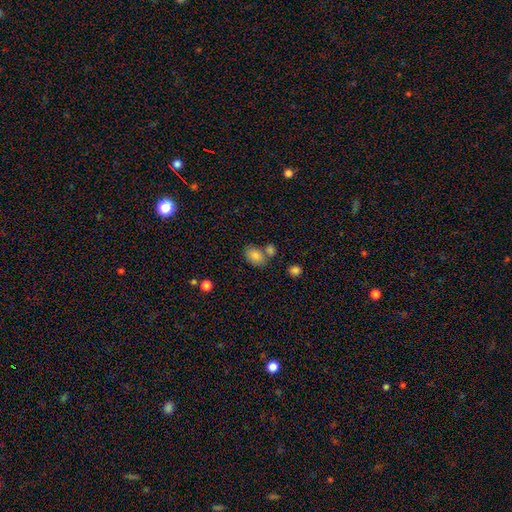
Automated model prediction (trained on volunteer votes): smooth_or_featured: smooth (p=0.82) [alt: star or artifact p=0.09]
how_rounded: in between (p=0.77) [alt: round p=0.22]
merging: none (p=0.55) [alt: merger p=0.27]